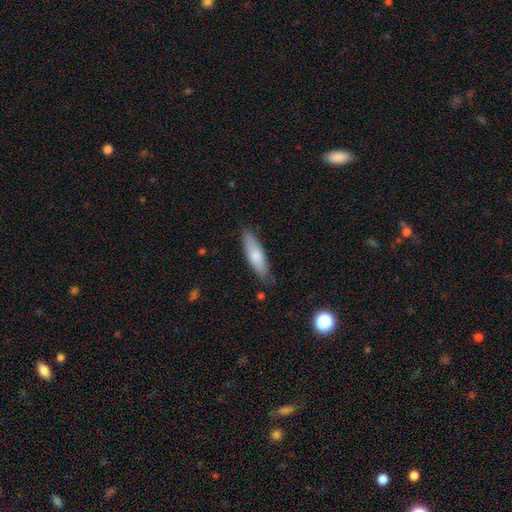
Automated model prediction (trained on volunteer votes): This is likely a smooth galaxy (77%). How rounded: possibly cigar-shaped (57%). Merging: clearly none (83%).